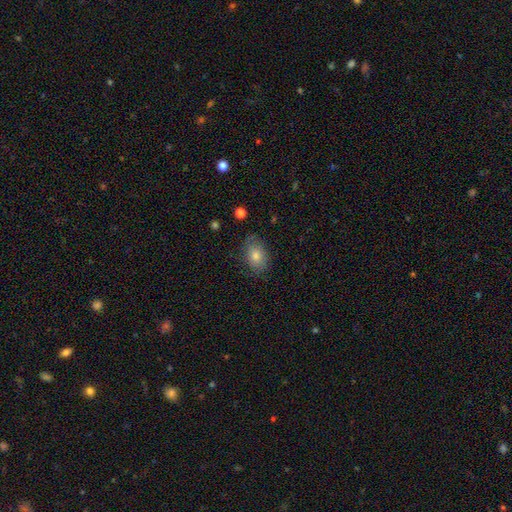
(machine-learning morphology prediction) Smooth or featured? Predicted: smooth (p=0.73). How rounded? Predicted: in between (p=0.76). Merging? Predicted: none (p=0.77).